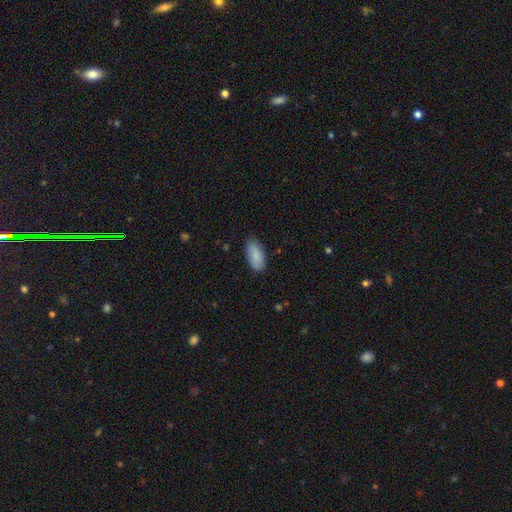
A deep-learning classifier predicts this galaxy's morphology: Smooth or featured?
  - smooth: 86% *
  - featured or disk: 8%
  - star or artifact: 6%
How rounded?
  - in between: 91% *
  - cigar-shaped: 7%
  - round: 2%
Merging?
  - none: 80% *
  - minor disturbance: 16%
  - major disturbance: 3%
  - merger: 1%